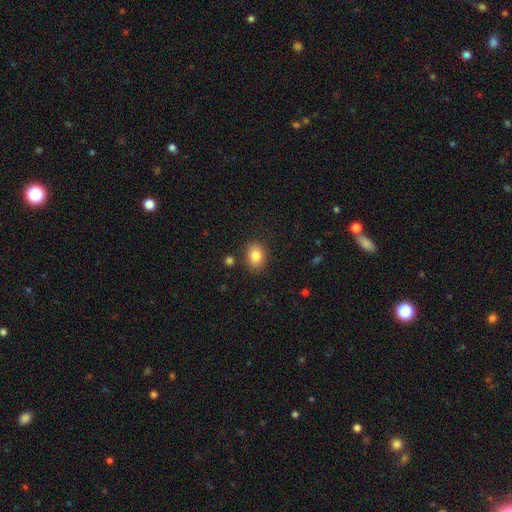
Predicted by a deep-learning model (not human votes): The model was most divided on "how rounded": in between: 67%, round: 32%, cigar-shaped: 1%. More confident: merging — none (84%); smooth or featured — smooth (84%).